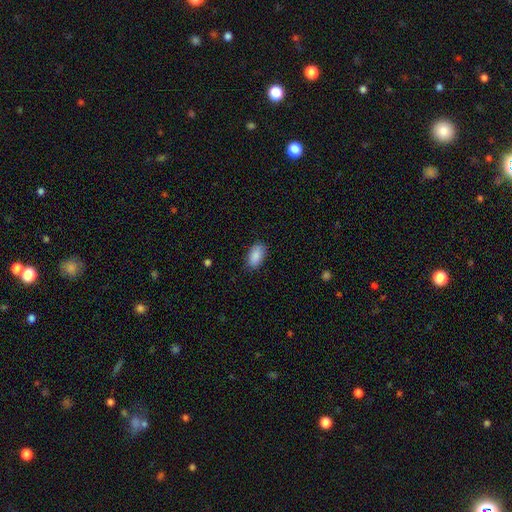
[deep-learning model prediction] Smooth or featured? Predicted: smooth (p=0.89). How rounded? Predicted: in between (p=0.93). Merging? Predicted: none (p=0.82).